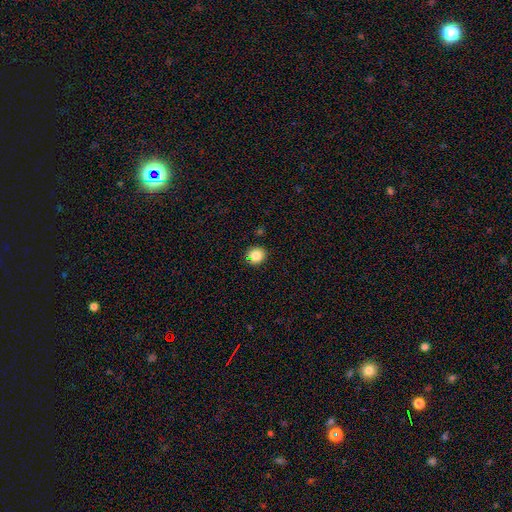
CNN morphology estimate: Overall: smooth (82%). How rounded: round (86%). Merging: none (81%).